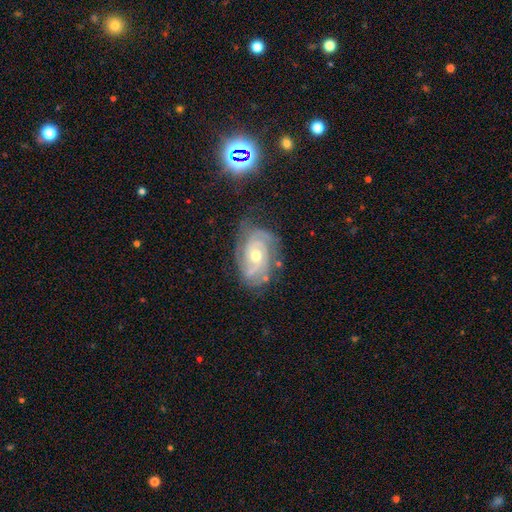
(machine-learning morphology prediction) Q: Smooth or featured?
A: featured or disk (88%); runner-up: smooth (6%)
Q: Edge-on disk?
A: no (97%); runner-up: yes (3%)
Q: Bar?
A: no (70%); runner-up: weak (24%)
Q: Spiral arms?
A: yes (97%); runner-up: no (3%)
Q: Spiral winding?
A: tight (65%); runner-up: medium (30%)
Q: Spiral arm count?
A: 3 (33%); runner-up: 2 (30%)
Q: Bulge size?
A: moderate (64%); runner-up: small (32%)
Q: Merging?
A: none (69%); runner-up: minor disturbance (21%)